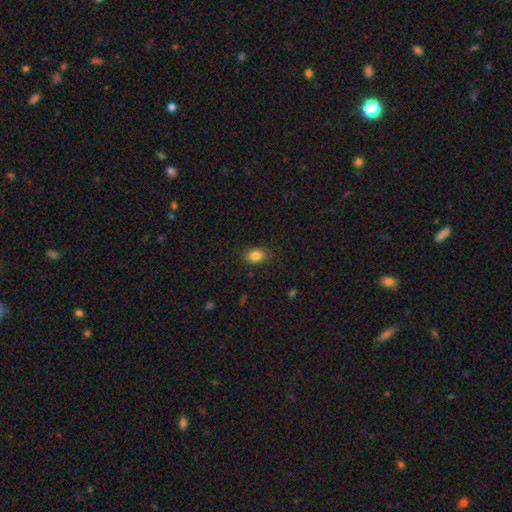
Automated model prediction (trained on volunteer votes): The model was most divided on "how rounded": in between: 62%, round: 37%, cigar-shaped: 1%. More confident: merging — none (87%); smooth or featured — smooth (84%).